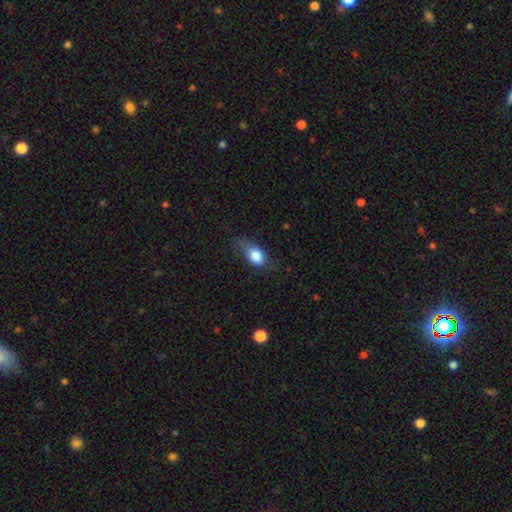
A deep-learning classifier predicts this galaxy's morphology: A smooth galaxy with no disk features (81%) that is in between round and cigar-shaped (82%).

Vote fractions:
- Smooth or featured? smooth: 81% / featured or disk: 11% / star or artifact: 8%
- How rounded? in between: 82% / round: 14% / cigar-shaped: 5%
- Merging? none: 46% / minor disturbance: 36% / major disturbance: 16% / merger: 2%